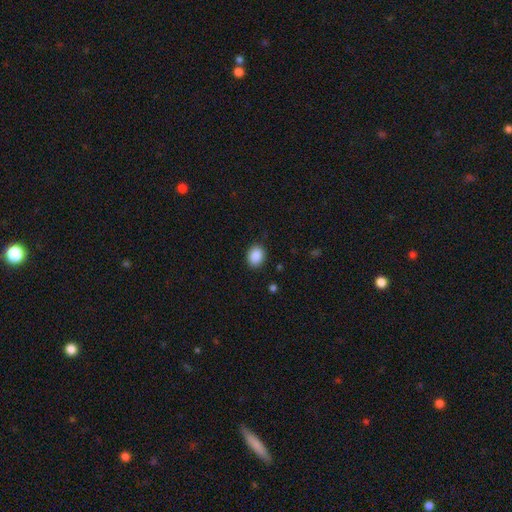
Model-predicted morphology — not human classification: Q: Smooth or featured?
A: smooth (89%); runner-up: star or artifact (8%)
Q: How rounded?
A: in between (53%); runner-up: round (46%)
Q: Merging?
A: none (87%); runner-up: minor disturbance (9%)